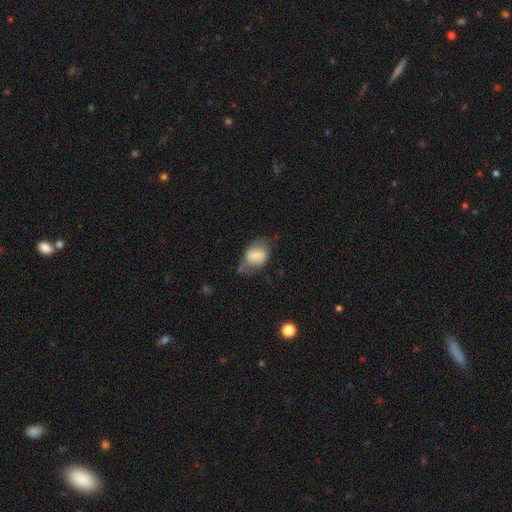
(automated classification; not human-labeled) This is likely a smooth galaxy (70%). How rounded: likely in between (61%). Merging: marginally none (40%).